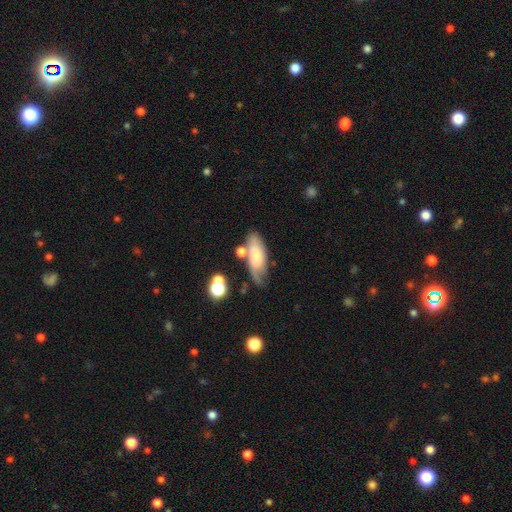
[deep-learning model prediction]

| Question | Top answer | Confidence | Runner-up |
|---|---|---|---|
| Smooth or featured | smooth | 53% | featured or disk (38%) |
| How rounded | in between | 75% | cigar-shaped (21%) |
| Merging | none | 48% | minor disturbance (25%) |